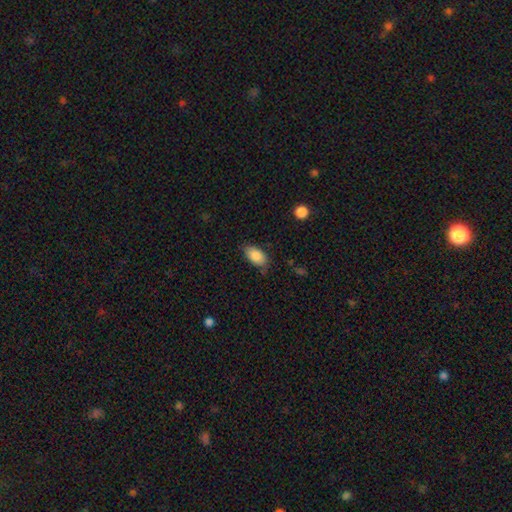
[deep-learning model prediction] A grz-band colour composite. It shows a smooth galaxy with no disk features (86%) that is in between round and cigar-shaped (93%). Merging: none (74%).